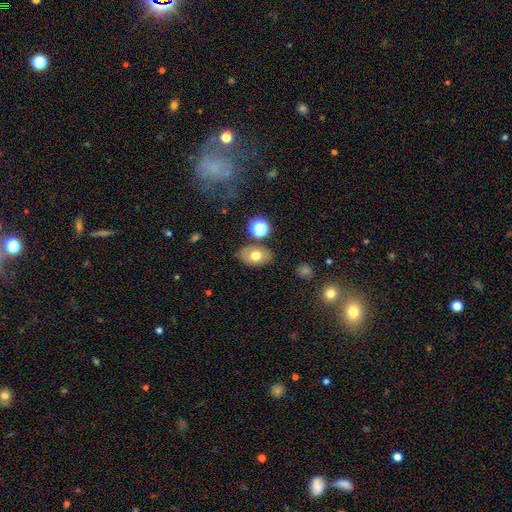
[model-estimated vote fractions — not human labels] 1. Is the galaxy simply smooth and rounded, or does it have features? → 69% smooth, 20% featured or disk, 10% star or artifact.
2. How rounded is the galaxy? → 85% in between, 14% round, 1% cigar-shaped.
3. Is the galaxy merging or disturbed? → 79% none, 12% minor disturbance, 5% merger, 4% major disturbance.